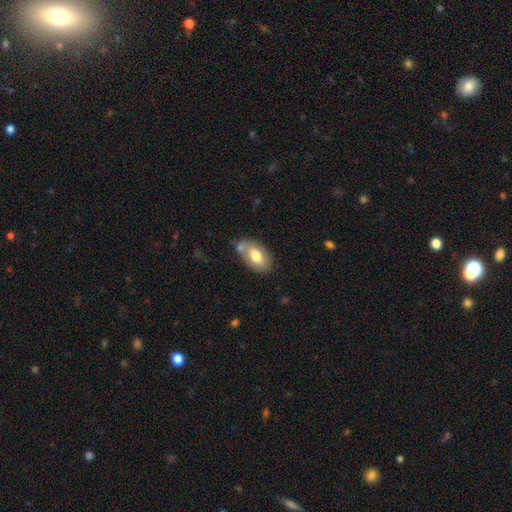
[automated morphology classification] Smooth or featured?
  - smooth: 72% *
  - featured or disk: 21%
  - star or artifact: 7%
How rounded?
  - in between: 93% *
  - round: 5%
  - cigar-shaped: 2%
Merging?
  - none: 60% *
  - minor disturbance: 19%
  - merger: 15%
  - major disturbance: 5%